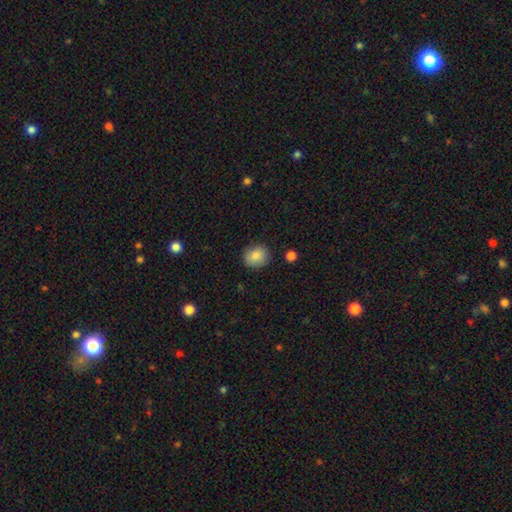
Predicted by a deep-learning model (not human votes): This appears to be a smooth galaxy with no disk features (85%) that is round (74%). Merging: none (86%).